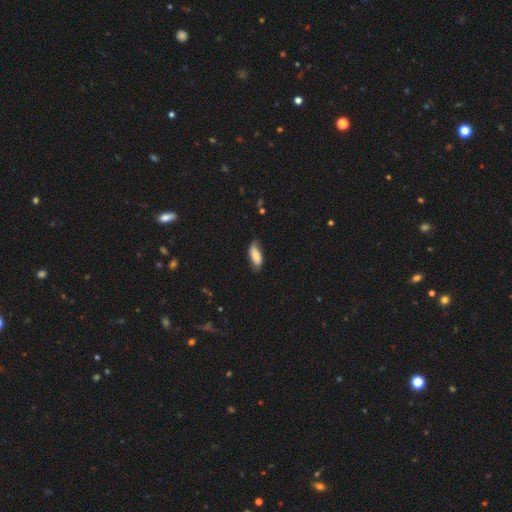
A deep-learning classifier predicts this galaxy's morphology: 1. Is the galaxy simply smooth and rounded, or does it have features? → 75% smooth, 19% featured or disk, 7% star or artifact.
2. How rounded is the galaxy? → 78% in between, 20% cigar-shaped, 2% round.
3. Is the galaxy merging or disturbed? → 64% none, 29% minor disturbance, 6% major disturbance, 2% merger.